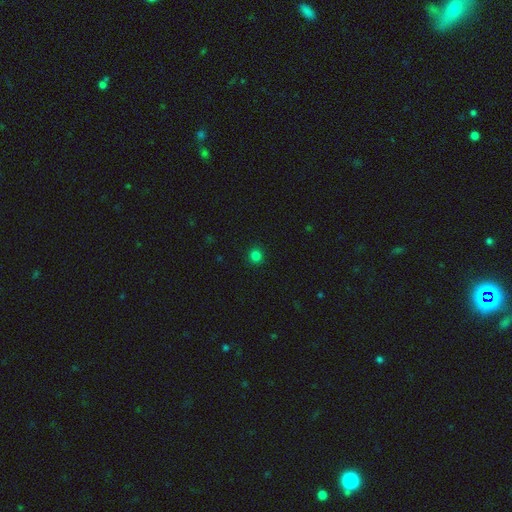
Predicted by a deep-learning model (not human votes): Q: Smooth or featured?
A: smooth (81%); runner-up: star or artifact (15%)
Q: How rounded?
A: round (93%); runner-up: in between (6%)
Q: Merging?
A: none (92%); runner-up: minor disturbance (5%)